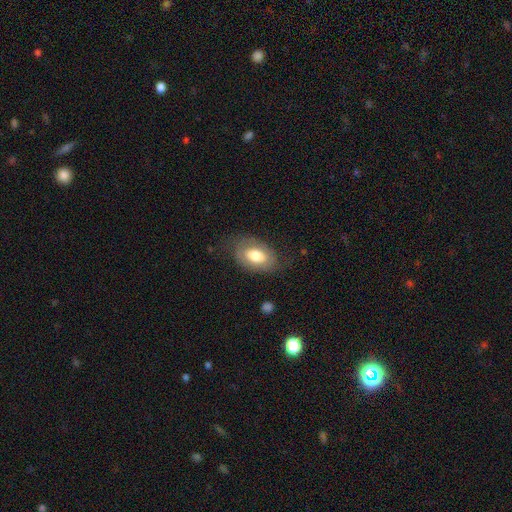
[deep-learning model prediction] A smooth galaxy with no disk features (63%) that is in between round and cigar-shaped (90%). Merging: none (69%).